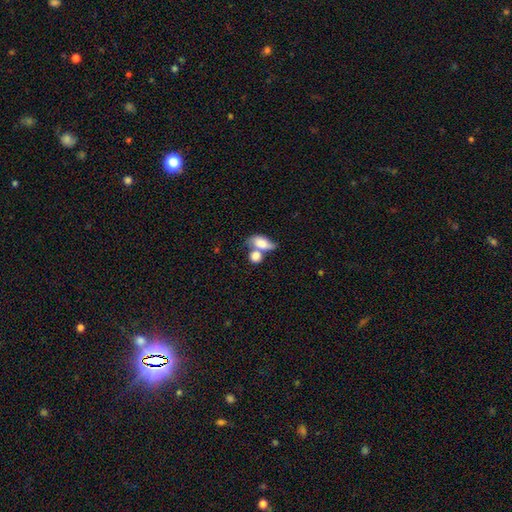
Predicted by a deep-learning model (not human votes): Smooth or featured? smooth (77%)
How rounded? in between (66%)
Merging? merger (57%)